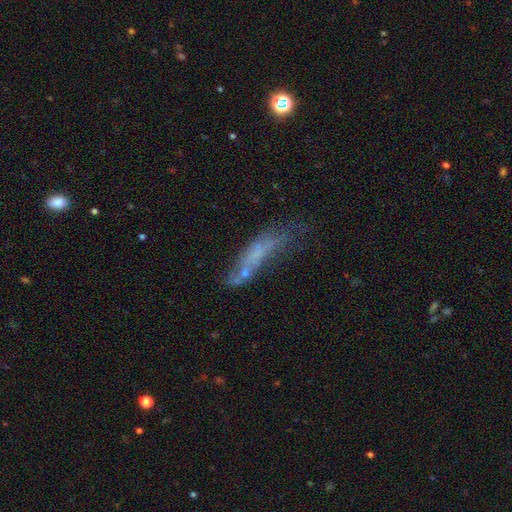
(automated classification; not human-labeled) Overall: smooth (43%; featured or disk 41%). Merging: none (33%; major disturbance 29%).